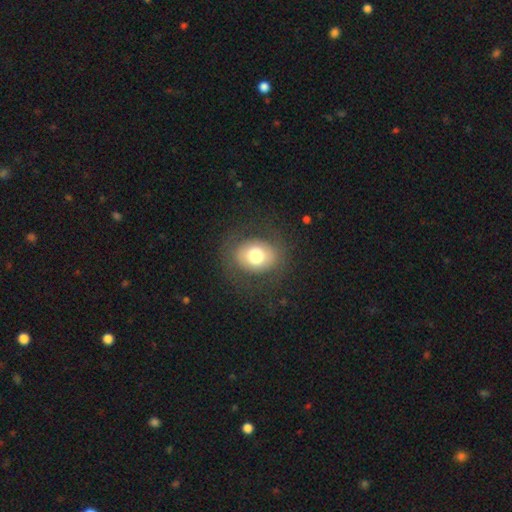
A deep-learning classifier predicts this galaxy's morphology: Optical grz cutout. It shows a smooth galaxy with no disk features (69%) that is round (59%). Merging: none (80%).